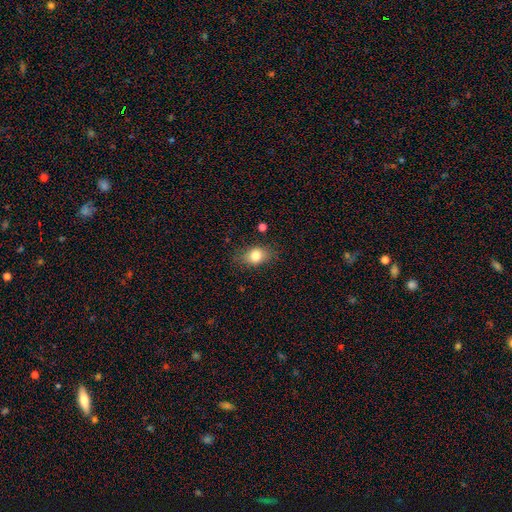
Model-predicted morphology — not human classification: A smooth galaxy with no disk features (81%) that is in between round and cigar-shaped (67%). Merging: none (77%).